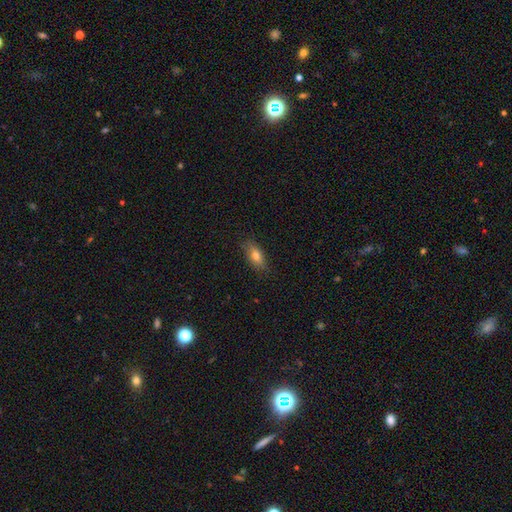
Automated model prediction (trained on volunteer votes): Overall: smooth (76%). How rounded: in between (81%). Merging: none (83%).